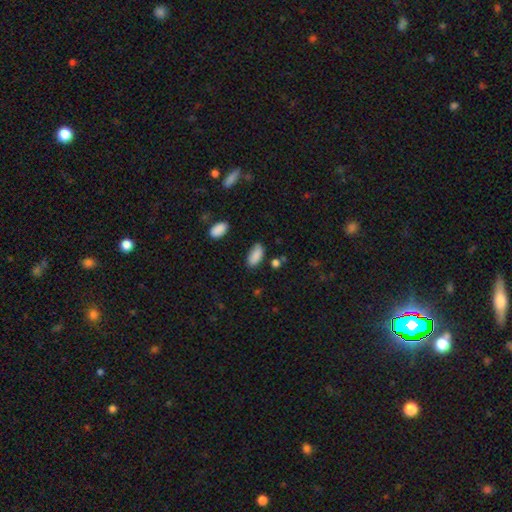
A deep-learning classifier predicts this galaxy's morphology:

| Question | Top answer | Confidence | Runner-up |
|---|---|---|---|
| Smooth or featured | smooth | 87% | star or artifact (7%) |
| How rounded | in between | 89% | cigar-shaped (9%) |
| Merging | none | 77% | minor disturbance (16%) |